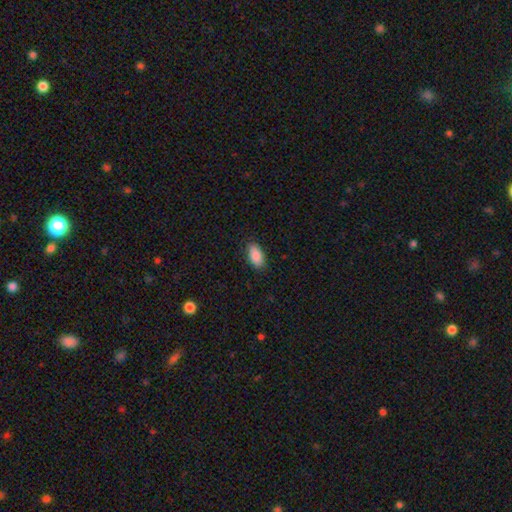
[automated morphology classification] The model was most divided on "merging": none: 86%, minor disturbance: 10%, major disturbance: 2%, merger: 1%. More confident: how rounded — in between (93%); smooth or featured — smooth (89%).